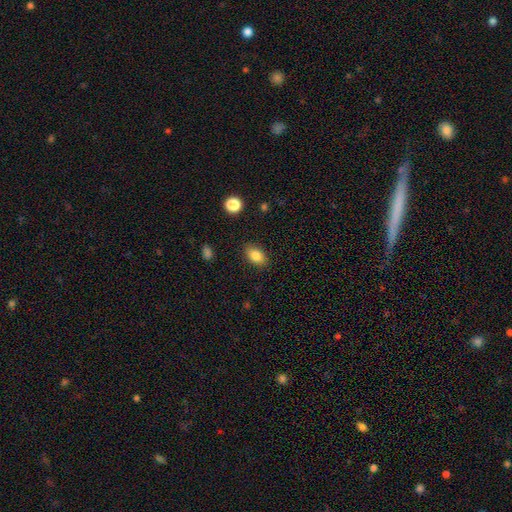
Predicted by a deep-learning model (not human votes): The model was most divided on "how rounded": in between: 86%, round: 12%, cigar-shaped: 2%. More confident: merging — none (86%); smooth or featured — smooth (83%).